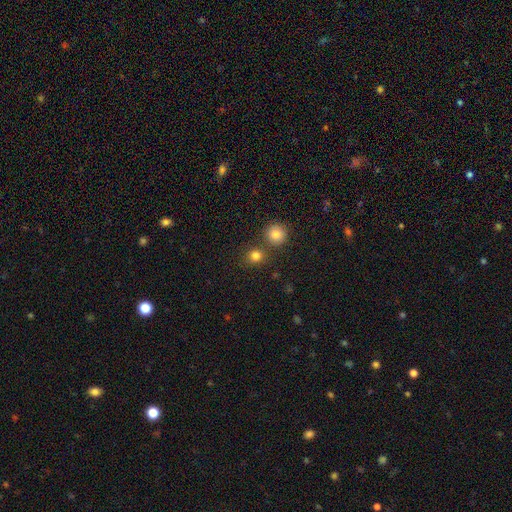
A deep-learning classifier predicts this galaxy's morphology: smooth-or-featured: smooth: 81% | star or artifact: 14% | featured or disk: 5%
  how-rounded: round: 87% | in between: 12% | cigar-shaped: 1%
  merging: none: 76% | merger: 15% | minor disturbance: 7% | major disturbance: 3%